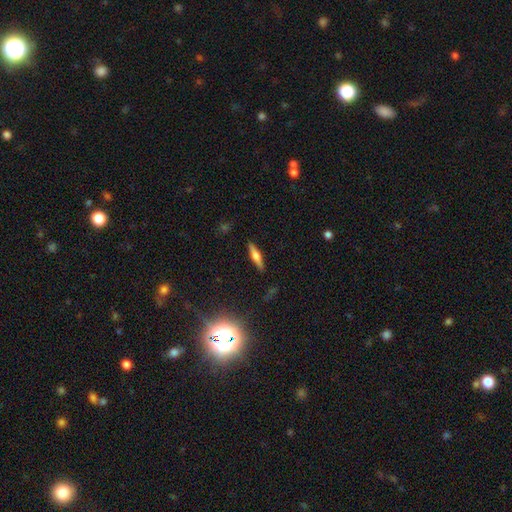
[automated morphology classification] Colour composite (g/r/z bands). It shows a featured or disk galaxy (54%) viewed edge-on (96%) with a rounded central bulge (86%). Merging: none (89%).